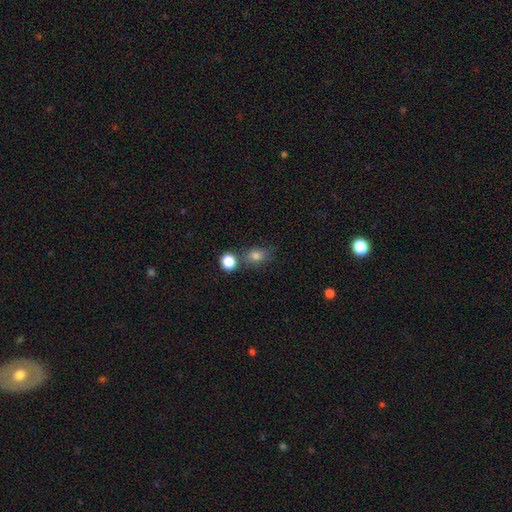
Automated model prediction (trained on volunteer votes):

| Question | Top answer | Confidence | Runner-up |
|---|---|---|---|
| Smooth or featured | smooth | 74% | star or artifact (18%) |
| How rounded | in between | 50% | round (48%) |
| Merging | none | 68% | merger (14%) |